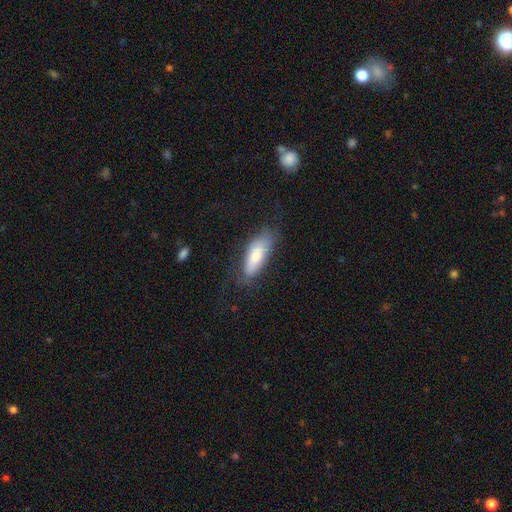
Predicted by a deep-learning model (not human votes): Morphology: type=smooth (71%); roundness=in between (72%); merging=none (68%).